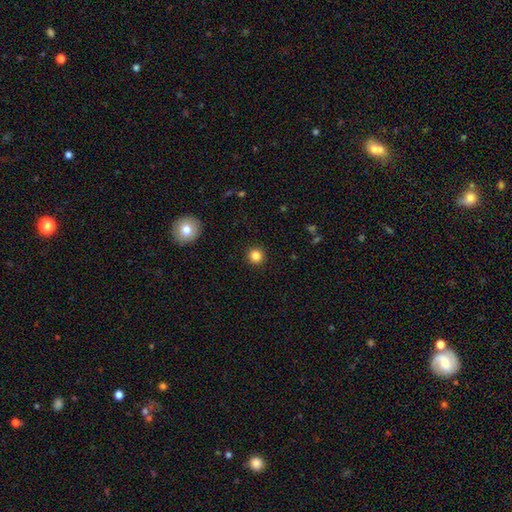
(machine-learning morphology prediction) Q: Smooth or featured?
A: smooth (83%); runner-up: star or artifact (12%)
Q: How rounded?
A: round (94%); runner-up: in between (5%)
Q: Merging?
A: none (92%); runner-up: minor disturbance (5%)